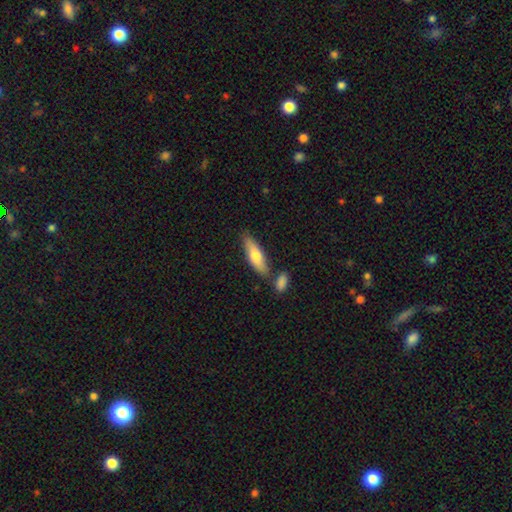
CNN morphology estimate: smooth_or_featured: smooth (p=0.66) [alt: featured or disk p=0.28]
how_rounded: cigar-shaped (p=0.52) [alt: in between p=0.46]
merging: none (p=0.73) [alt: minor disturbance p=0.13]